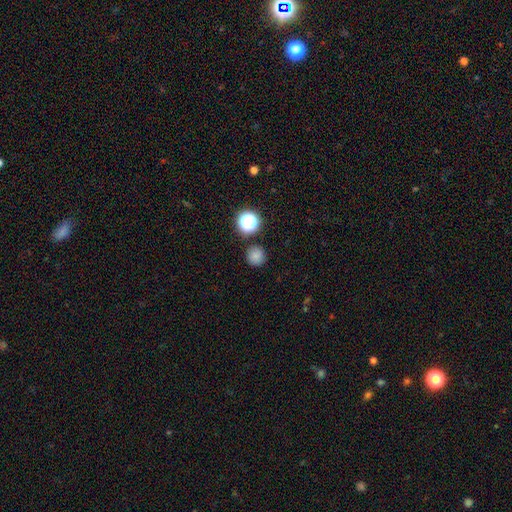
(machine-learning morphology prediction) A smooth galaxy with no disk features (79%) that is round (94%).

Vote fractions:
- Smooth or featured? smooth: 79% / star or artifact: 15% / featured or disk: 5%
- How rounded? round: 94% / in between: 5% / cigar-shaped: 1%
- Merging? none: 86% / minor disturbance: 7% / merger: 4% / major disturbance: 2%